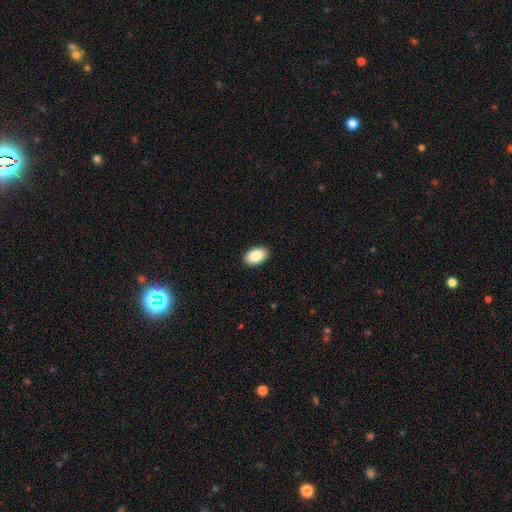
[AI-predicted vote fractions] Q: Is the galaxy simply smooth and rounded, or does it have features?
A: smooth — 89%.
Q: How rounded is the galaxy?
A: in between — 93%.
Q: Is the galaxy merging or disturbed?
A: none — 90%.